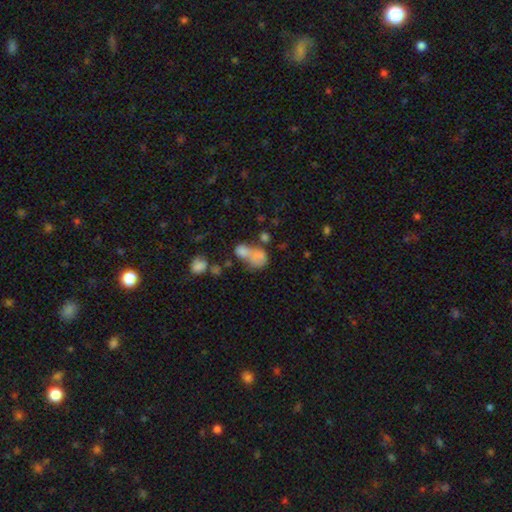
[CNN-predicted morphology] Smooth or featured?
  - smooth: 69% *
  - featured or disk: 18%
  - star or artifact: 13%
How rounded?
  - in between: 67% *
  - round: 31%
  - cigar-shaped: 2%
Merging?
  - merger: 57% *
  - none: 20%
  - major disturbance: 12%
  - minor disturbance: 10%